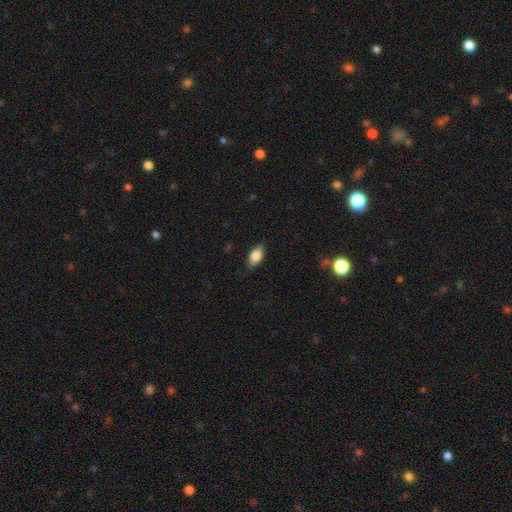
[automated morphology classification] Smooth or featured: smooth — 79% (featured or disk — 14%)
How rounded: in between — 88% (cigar-shaped — 7%)
Merging: none — 82% (minor disturbance — 14%)